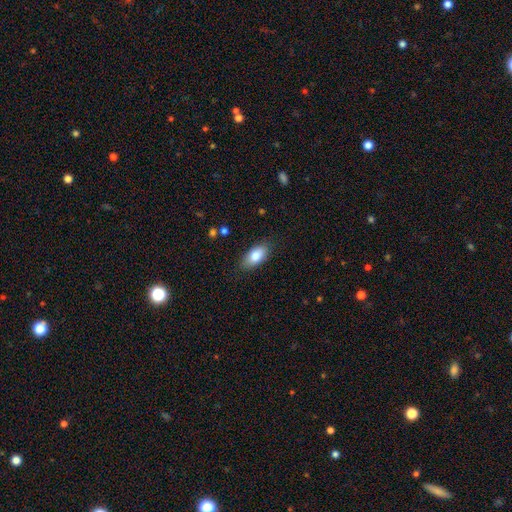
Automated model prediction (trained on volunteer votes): smooth_or_featured: smooth (p=0.82) [alt: featured or disk p=0.12]
how_rounded: in between (p=0.89) [alt: cigar-shaped p=0.07]
merging: none (p=0.84) [alt: minor disturbance p=0.12]